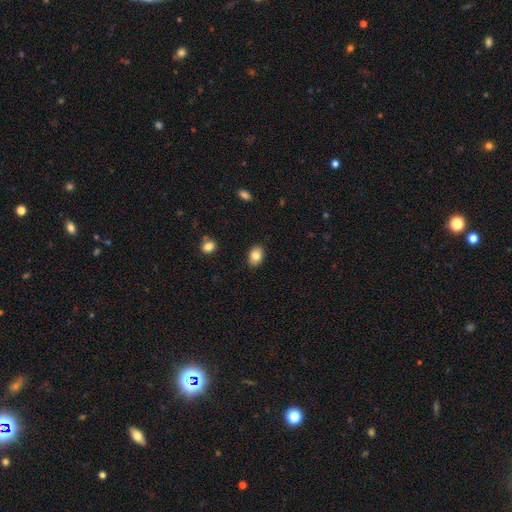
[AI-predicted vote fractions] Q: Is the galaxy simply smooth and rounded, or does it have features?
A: smooth — 83%.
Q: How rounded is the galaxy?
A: in between — 77%.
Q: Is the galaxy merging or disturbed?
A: none — 88%.